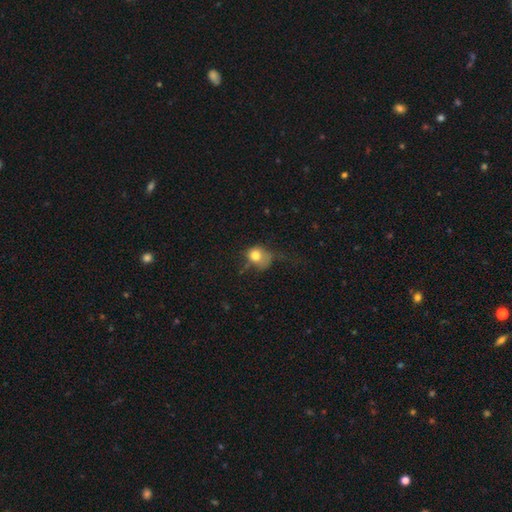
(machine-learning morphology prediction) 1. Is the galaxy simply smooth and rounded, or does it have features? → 75% smooth, 14% featured or disk, 11% star or artifact.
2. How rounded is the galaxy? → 66% round, 33% in between, 1% cigar-shaped.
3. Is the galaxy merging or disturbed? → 33% major disturbance, 31% none, 30% minor disturbance, 5% merger.